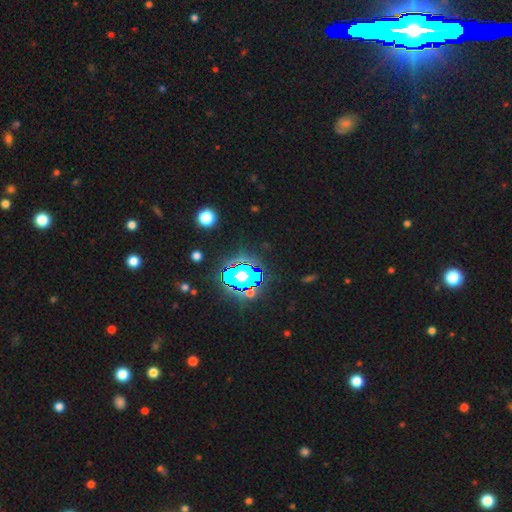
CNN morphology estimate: A star or artifact, not a galaxy (81%).

Vote fractions:
- Smooth or featured? star or artifact: 81% / smooth: 11% / featured or disk: 7%